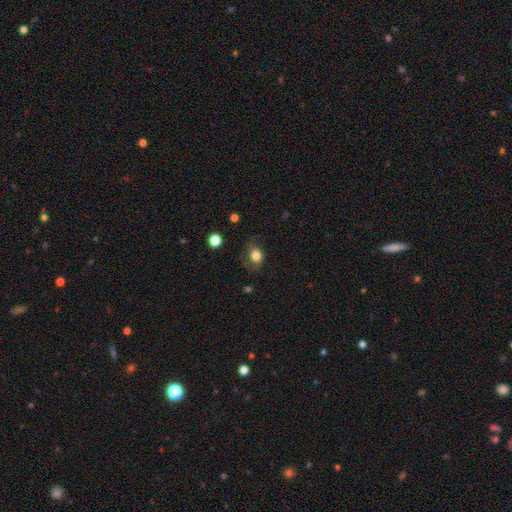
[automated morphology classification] Q: Smooth or featured?
A: smooth (76%); runner-up: featured or disk (14%)
Q: How rounded?
A: round (50%); runner-up: in between (49%)
Q: Merging?
A: none (55%); runner-up: minor disturbance (27%)